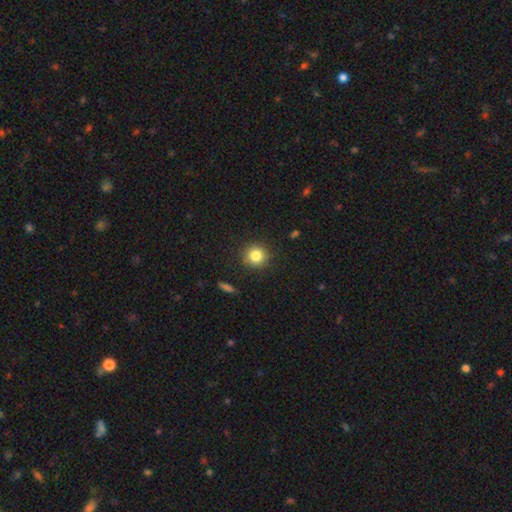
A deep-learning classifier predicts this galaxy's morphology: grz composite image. It shows a smooth galaxy with no disk features (83%) that is round (93%). Merging: none (90%).